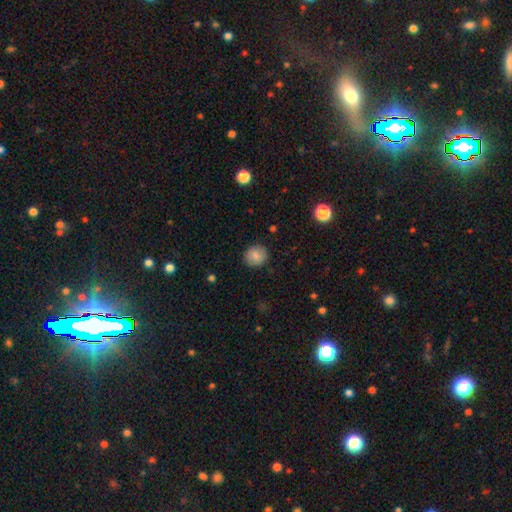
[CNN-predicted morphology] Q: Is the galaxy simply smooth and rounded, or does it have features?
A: smooth — 83%.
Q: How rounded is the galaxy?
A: round — 80%.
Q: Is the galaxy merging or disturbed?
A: none — 89%.